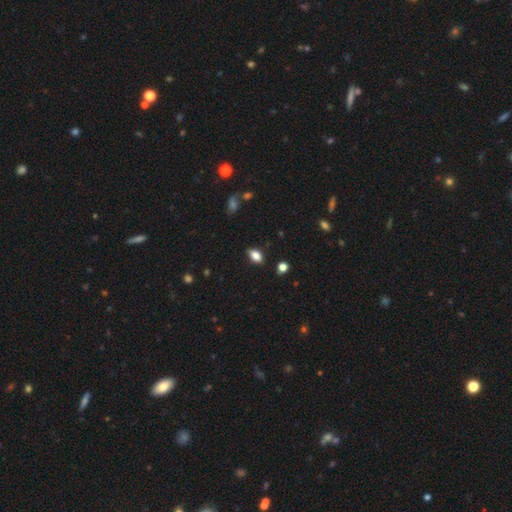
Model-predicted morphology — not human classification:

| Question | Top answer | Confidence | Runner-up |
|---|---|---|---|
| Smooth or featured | smooth | 82% | star or artifact (10%) |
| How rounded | in between | 87% | round (8%) |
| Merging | none | 80% | minor disturbance (15%) |